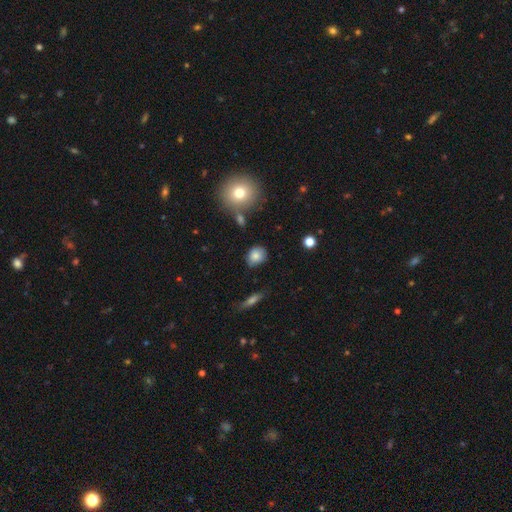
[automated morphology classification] Smooth or featured? Predicted: smooth (p=0.81). How rounded? Predicted: round (p=0.59). Merging? Predicted: none (p=0.80).